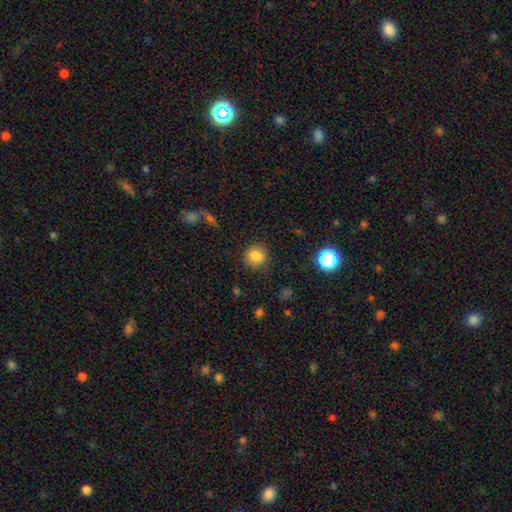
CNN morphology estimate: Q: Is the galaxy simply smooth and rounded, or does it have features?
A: smooth — 84%.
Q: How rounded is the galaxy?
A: round — 87%.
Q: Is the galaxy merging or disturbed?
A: none — 84%.